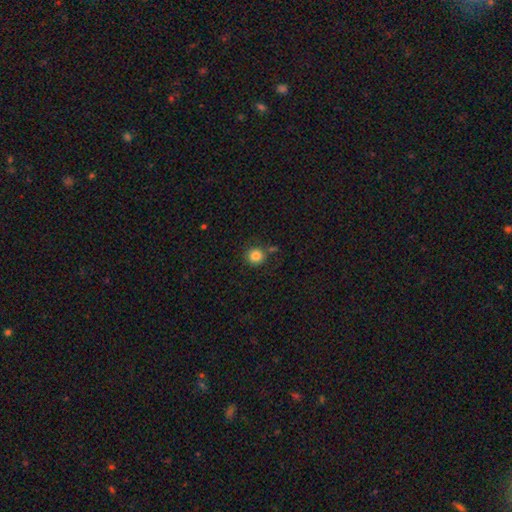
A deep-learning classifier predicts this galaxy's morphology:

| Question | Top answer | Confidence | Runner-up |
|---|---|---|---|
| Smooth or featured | smooth | 84% | star or artifact (11%) |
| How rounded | round | 93% | in between (6%) |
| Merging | none | 76% | minor disturbance (11%) |